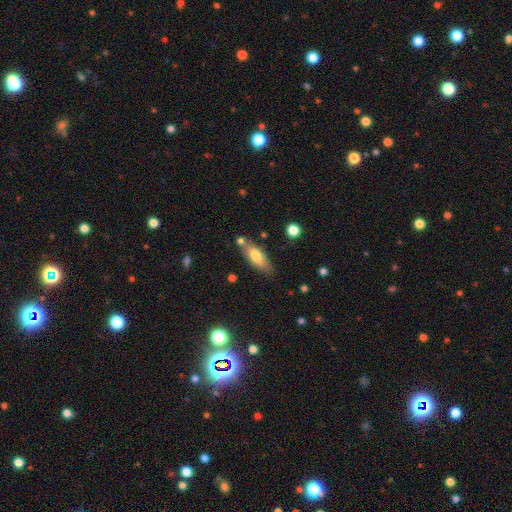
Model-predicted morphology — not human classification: smooth-or-featured: smooth: 70% | featured or disk: 23% | star or artifact: 6%
  how-rounded: in between: 65% | cigar-shaped: 33% | round: 2%
  merging: none: 72% | minor disturbance: 15% | merger: 9% | major disturbance: 3%